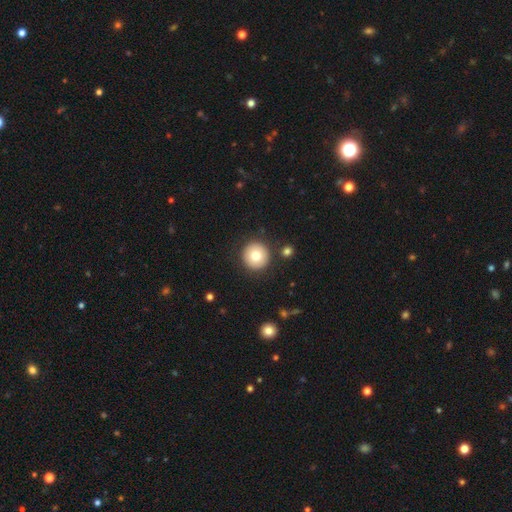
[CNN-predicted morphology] smooth_or_featured: smooth (p=0.78) [alt: featured or disk p=0.13]
how_rounded: round (p=0.96) [alt: in between p=0.03]
merging: none (p=0.89) [alt: minor disturbance p=0.06]